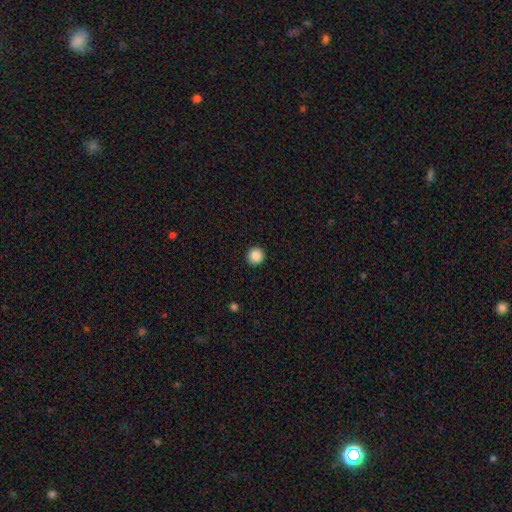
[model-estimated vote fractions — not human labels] Smooth or featured? Predicted: smooth (p=0.88). How rounded? Predicted: round (p=0.95). Merging? Predicted: none (p=0.93).